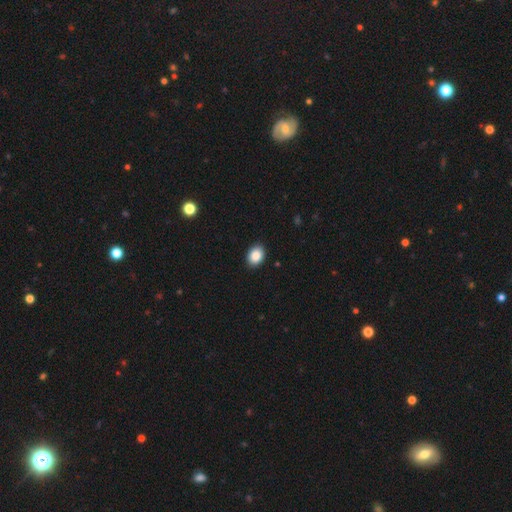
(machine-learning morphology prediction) Overall: smooth (88%). How rounded: in between (68%; round 31%). Merging: none (90%).